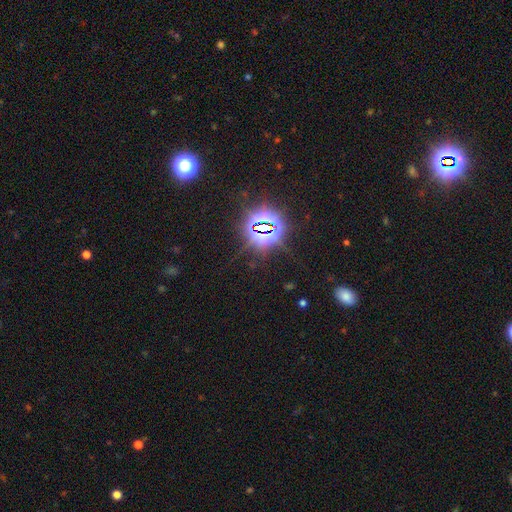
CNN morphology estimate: smooth_or_featured: star or artifact (p=0.82) [alt: smooth p=0.11]